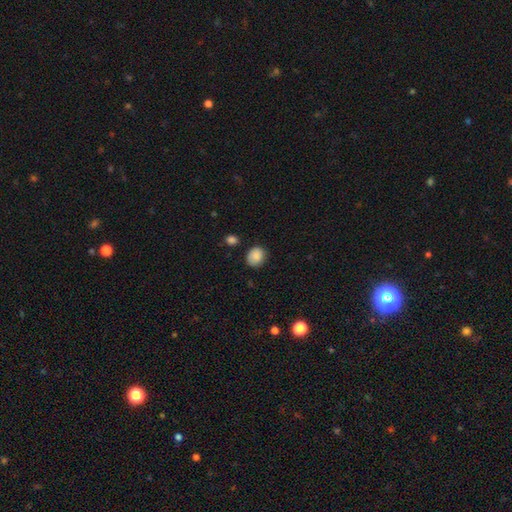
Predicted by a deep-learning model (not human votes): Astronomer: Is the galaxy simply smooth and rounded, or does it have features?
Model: smooth — 87%.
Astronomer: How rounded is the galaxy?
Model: round — 65%.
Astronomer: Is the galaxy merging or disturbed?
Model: none — 79%.